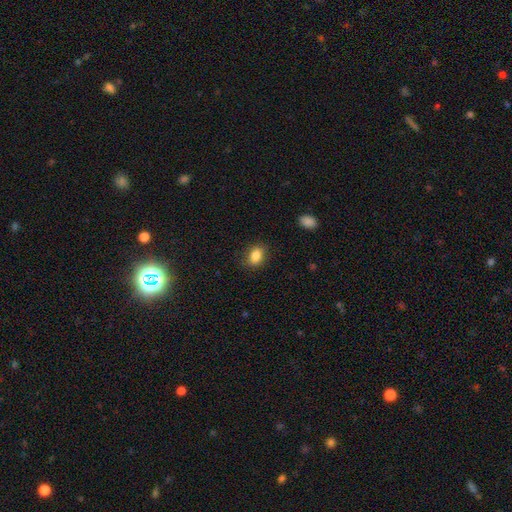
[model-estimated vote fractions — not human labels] Smooth or featured: smooth — 86% (star or artifact — 9%)
How rounded: in between — 77% (round — 21%)
Merging: none — 84% (minor disturbance — 11%)